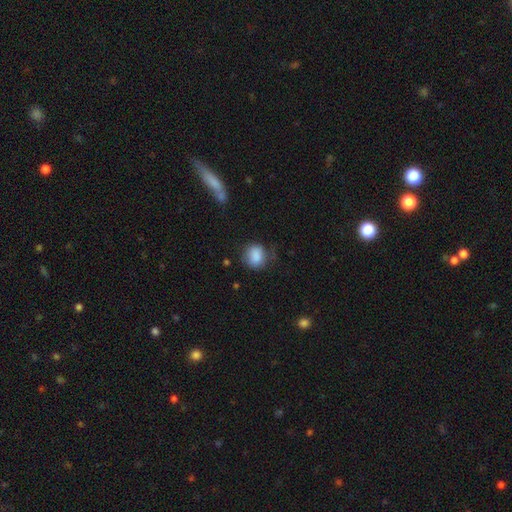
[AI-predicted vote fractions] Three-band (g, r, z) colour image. It shows a smooth galaxy with no disk features (85%) that is round (65%). Merging: none (62%).